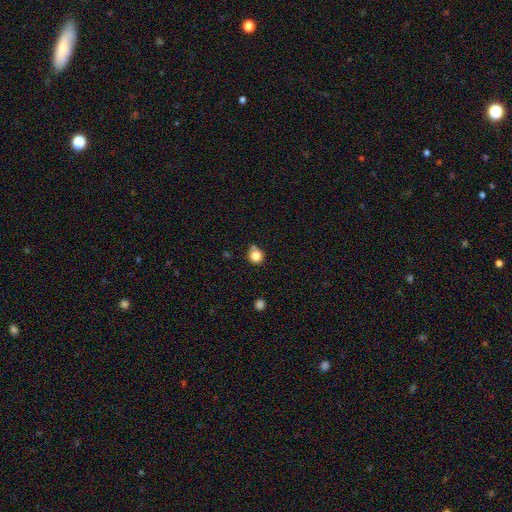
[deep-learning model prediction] Morphology: type=smooth (83%); roundness=round (93%); merging=none (73%).